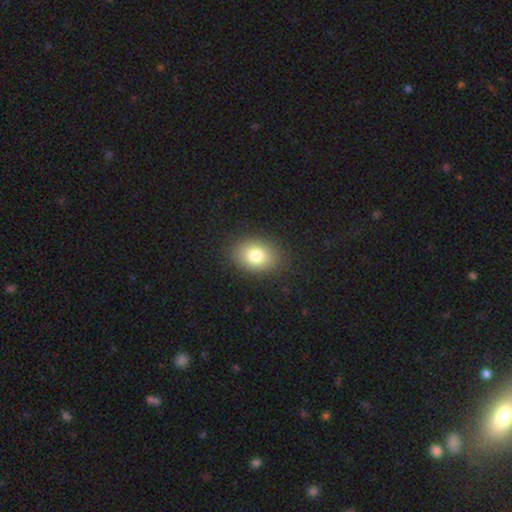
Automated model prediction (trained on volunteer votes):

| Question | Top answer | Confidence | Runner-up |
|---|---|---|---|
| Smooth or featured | smooth | 80% | star or artifact (10%) |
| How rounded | in between | 66% | round (33%) |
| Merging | none | 88% | minor disturbance (8%) |